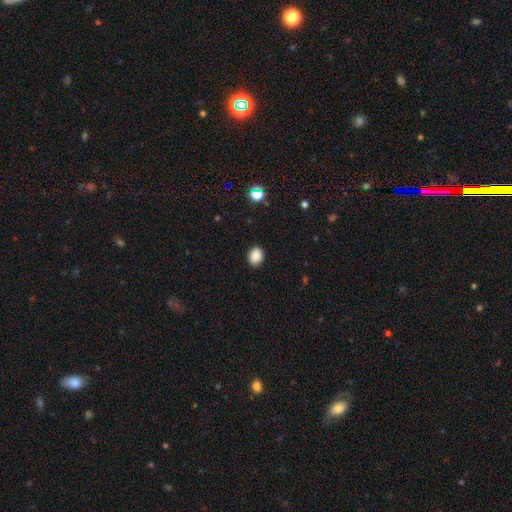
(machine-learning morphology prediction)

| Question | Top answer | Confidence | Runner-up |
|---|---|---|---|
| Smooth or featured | smooth | 87% | star or artifact (10%) |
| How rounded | in between | 54% | round (45%) |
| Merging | none | 89% | minor disturbance (8%) |